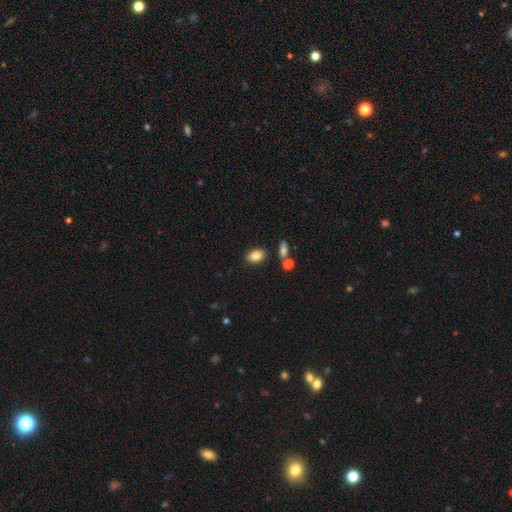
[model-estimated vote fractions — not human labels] Smooth or featured? smooth (84%)
How rounded? in between (85%)
Merging? none (82%)